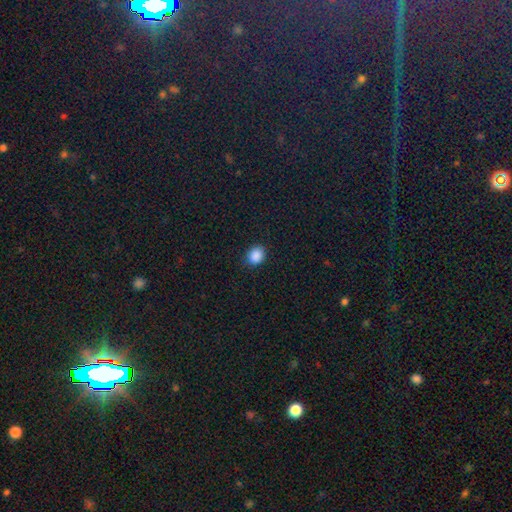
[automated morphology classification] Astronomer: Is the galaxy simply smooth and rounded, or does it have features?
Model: smooth — 88%.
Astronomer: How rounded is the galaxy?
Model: round — 59% (runner-up: in between, 40%).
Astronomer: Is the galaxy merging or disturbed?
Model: none — 86%.